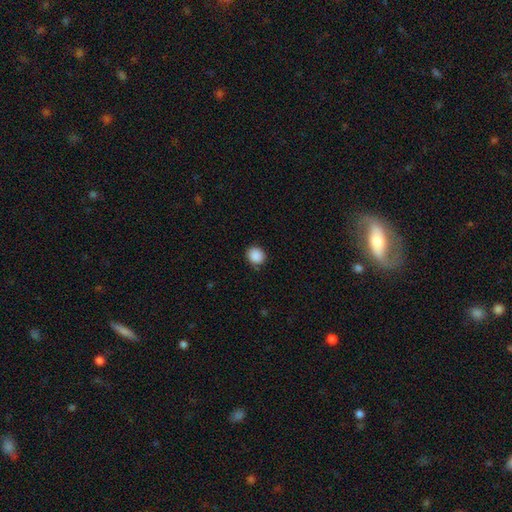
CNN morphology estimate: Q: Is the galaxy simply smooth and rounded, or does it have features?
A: smooth — 89%.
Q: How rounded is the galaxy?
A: round — 79%.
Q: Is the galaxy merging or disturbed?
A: none — 85%.